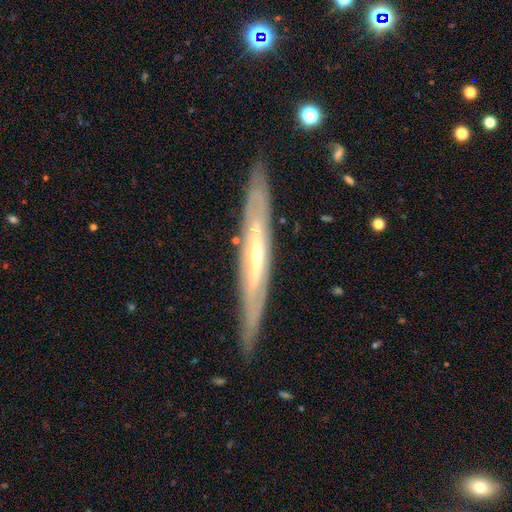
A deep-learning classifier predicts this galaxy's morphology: smooth_or_featured: featured or disk (p=0.77) [alt: smooth p=0.17]
disk_edge_on: yes (p=0.81) [alt: no p=0.19]
edge_on_bulge: rounded (p=0.54) [alt: none p=0.41]
merging: none (p=0.86) [alt: minor disturbance p=0.11]